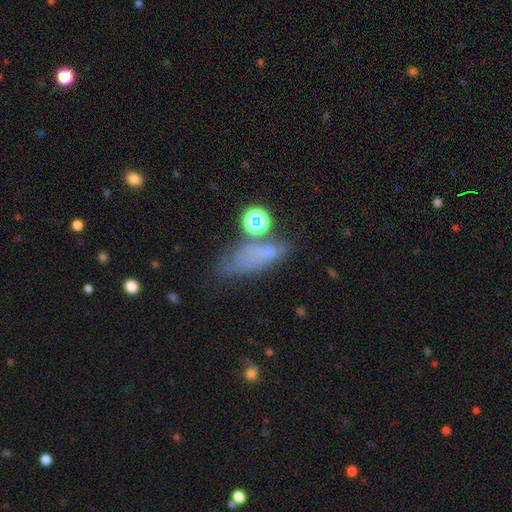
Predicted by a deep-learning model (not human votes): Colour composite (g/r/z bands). It shows a smooth galaxy with no disk features (50%). Merging: none (56%).